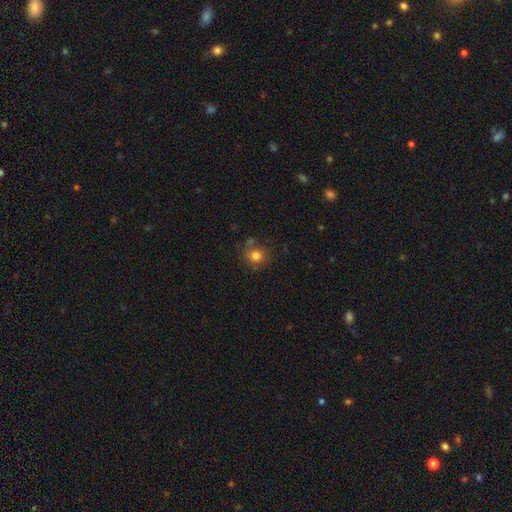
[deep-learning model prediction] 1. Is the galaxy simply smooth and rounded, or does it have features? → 80% smooth, 12% star or artifact, 8% featured or disk.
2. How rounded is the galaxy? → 87% round, 13% in between, 1% cigar-shaped.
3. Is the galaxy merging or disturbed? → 72% none, 15% minor disturbance, 9% merger, 5% major disturbance.